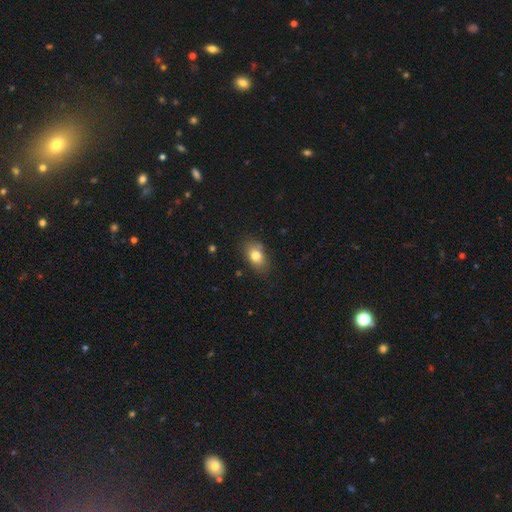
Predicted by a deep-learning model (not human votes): Overall: smooth (79%). How rounded: in between (83%). Merging: none (77%).